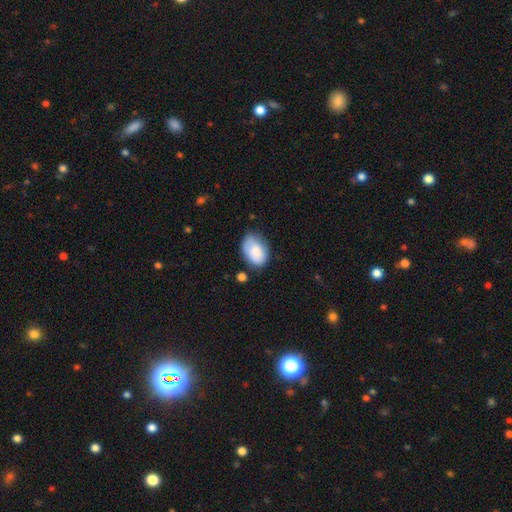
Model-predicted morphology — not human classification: The model was most divided on "merging": none: 63%, minor disturbance: 27%, major disturbance: 6%, merger: 4%. More confident: how rounded — in between (85%); smooth or featured — smooth (81%).